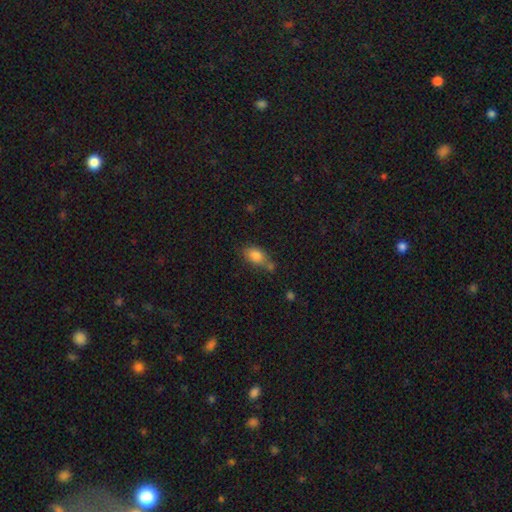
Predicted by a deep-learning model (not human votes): Morphology: type=smooth (82%); roundness=in between (83%); merging=none (49%).